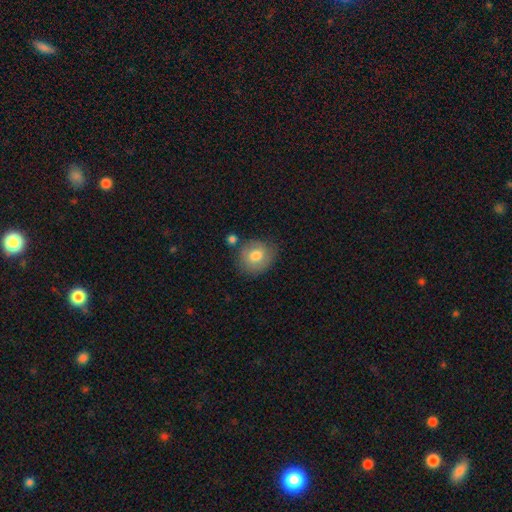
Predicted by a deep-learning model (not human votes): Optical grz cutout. It shows a smooth galaxy with no disk features (74%) that is round (81%). Merging: none (71%).